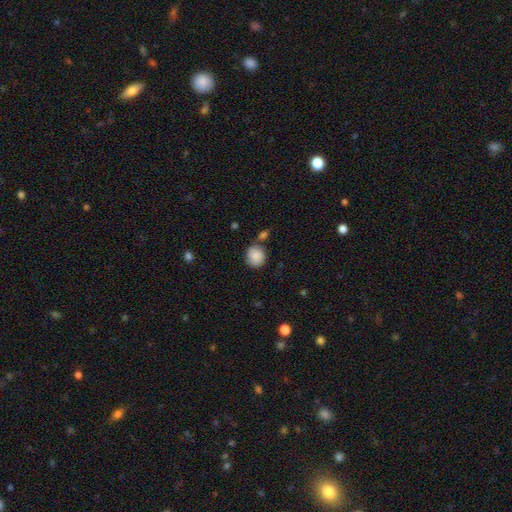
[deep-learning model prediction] Smooth or featured? smooth (87%)
How rounded? round (82%)
Merging? none (69%)